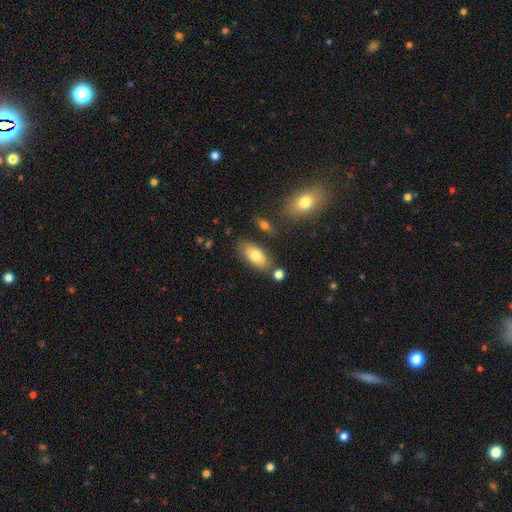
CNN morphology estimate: smooth-or-featured: smooth: 76% | featured or disk: 17% | star or artifact: 7%
  how-rounded: in between: 90% | cigar-shaped: 7% | round: 3%
  merging: none: 75% | minor disturbance: 14% | merger: 7% | major disturbance: 3%